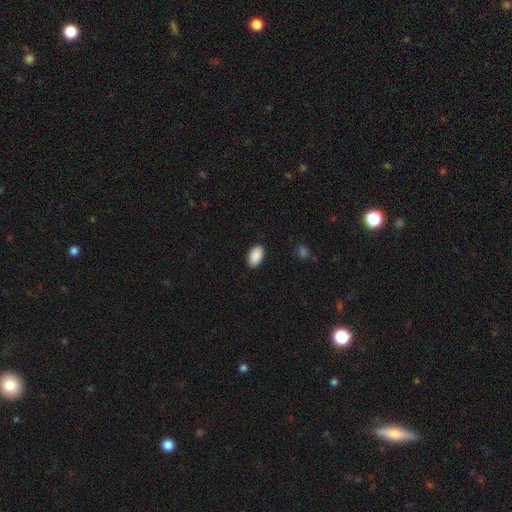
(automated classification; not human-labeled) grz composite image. It shows a smooth galaxy with no disk features (91%) that is in between round and cigar-shaped (95%). Merging: none (89%).